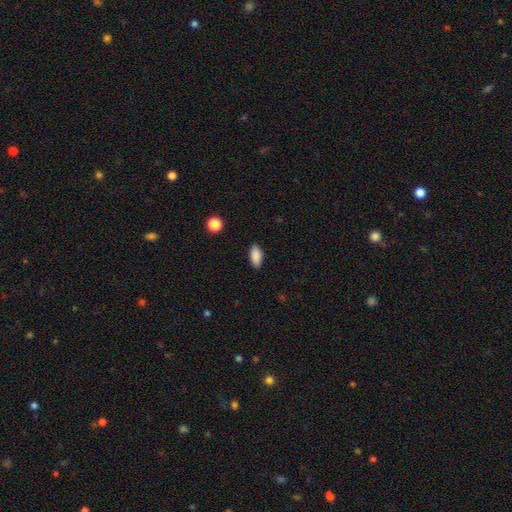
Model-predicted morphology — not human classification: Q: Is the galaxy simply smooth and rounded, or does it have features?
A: smooth — 89%.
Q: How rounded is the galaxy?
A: in between — 90%.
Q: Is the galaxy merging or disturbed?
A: none — 88%.